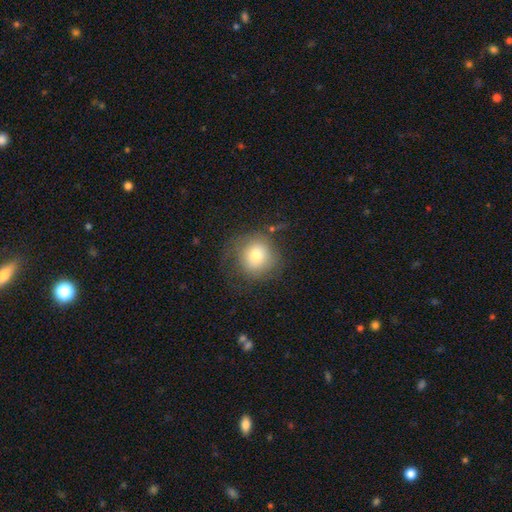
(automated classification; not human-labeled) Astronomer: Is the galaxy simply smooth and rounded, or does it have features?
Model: smooth — 71%.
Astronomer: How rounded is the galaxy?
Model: round — 89%.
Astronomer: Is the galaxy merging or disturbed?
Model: none — 61%.